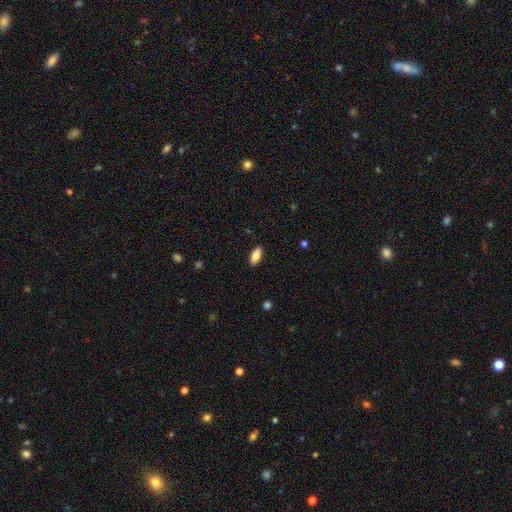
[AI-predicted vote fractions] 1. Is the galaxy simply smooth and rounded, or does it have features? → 80% smooth, 13% featured or disk, 7% star or artifact.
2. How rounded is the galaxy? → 84% in between, 14% cigar-shaped, 2% round.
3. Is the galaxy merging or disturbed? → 89% none, 9% minor disturbance, 2% major disturbance, 1% merger.